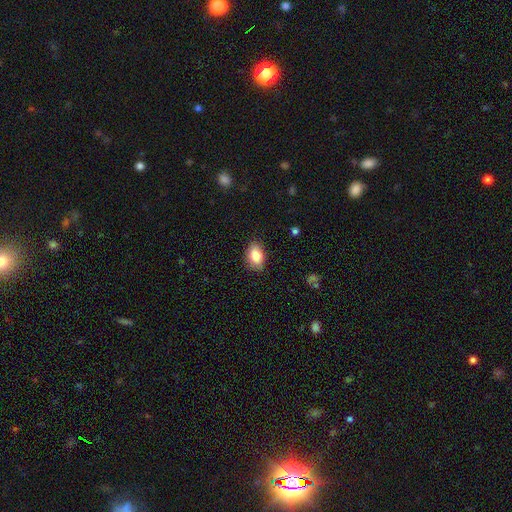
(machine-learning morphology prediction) smooth_or_featured: smooth (p=0.84) [alt: featured or disk p=0.08]
how_rounded: in between (p=0.85) [alt: round p=0.14]
merging: none (p=0.81) [alt: minor disturbance p=0.15]